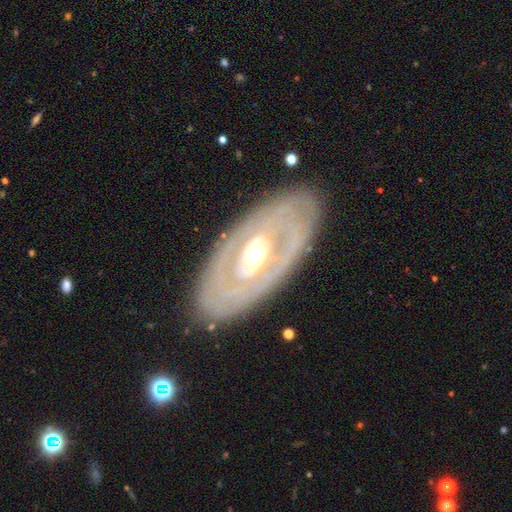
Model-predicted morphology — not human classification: smooth_or_featured: featured or disk (p=0.79) [alt: smooth p=0.17]
disk_edge_on: no (p=0.89) [alt: yes p=0.11]
bar: no (p=0.67) [alt: weak p=0.21]
has_spiral_arms: no (p=0.55) [alt: yes p=0.45]
bulge_size: moderate (p=0.70) [alt: large p=0.17]
merging: none (p=0.83) [alt: minor disturbance p=0.11]